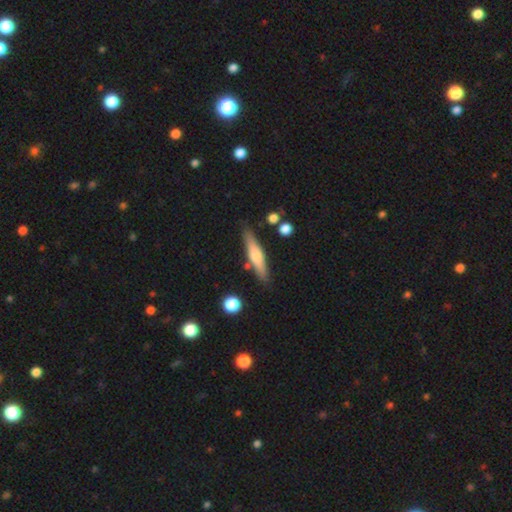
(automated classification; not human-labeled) The model was most divided on "smooth or featured": smooth: 51%, featured or disk: 43%, star or artifact: 6%. More confident: merging — none (82%); how rounded — cigar-shaped (81%).